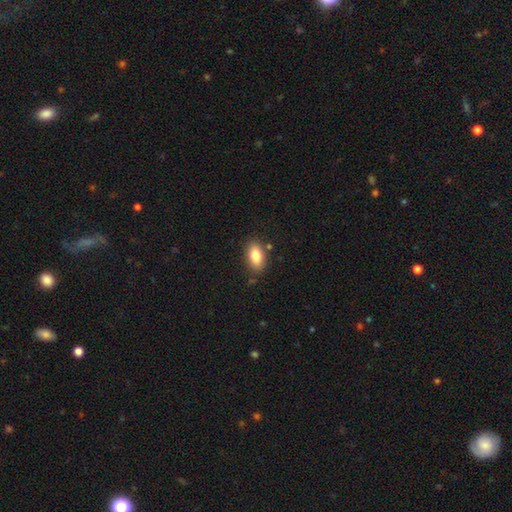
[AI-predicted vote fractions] Smooth or featured? smooth (84%)
How rounded? in between (91%)
Merging? none (82%)